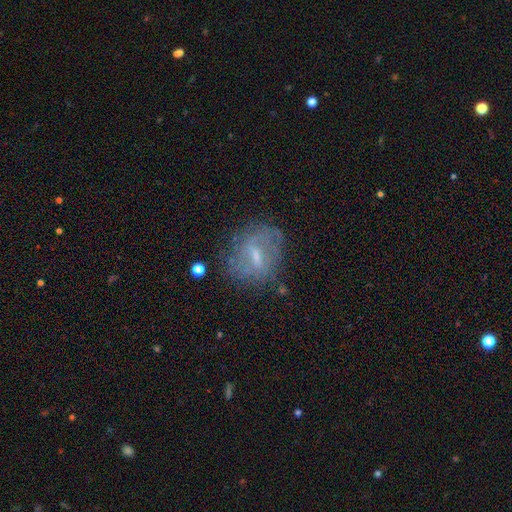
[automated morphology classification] type=featured or disk (62%); edge-on=no (92%); bar=weak (52%); spiral arms=yes (58%); bulge=small (47%); merging=none (68%).